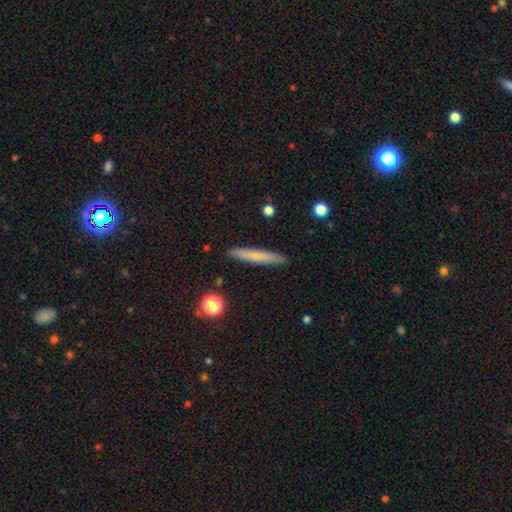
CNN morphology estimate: The model was most divided on "smooth or featured": smooth: 71%, featured or disk: 23%, star or artifact: 7%. More confident: how rounded — cigar-shaped (95%); merging — none (91%).